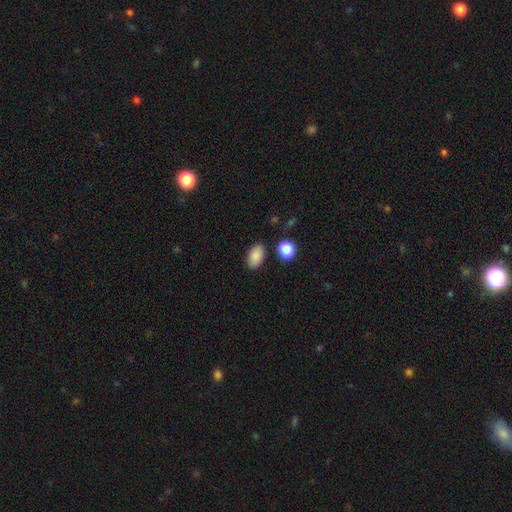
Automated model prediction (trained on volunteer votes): Smooth or featured?
  - smooth: 87% *
  - star or artifact: 8%
  - featured or disk: 5%
How rounded?
  - in between: 91% *
  - round: 7%
  - cigar-shaped: 2%
Merging?
  - none: 83% *
  - minor disturbance: 11%
  - merger: 3%
  - major disturbance: 3%